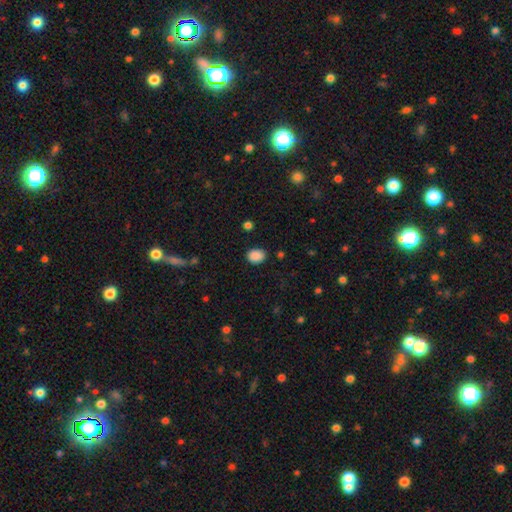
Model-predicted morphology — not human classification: Smooth or featured? Predicted: smooth (p=0.88). How rounded? Predicted: in between (p=0.55). Merging? Predicted: none (p=0.86).